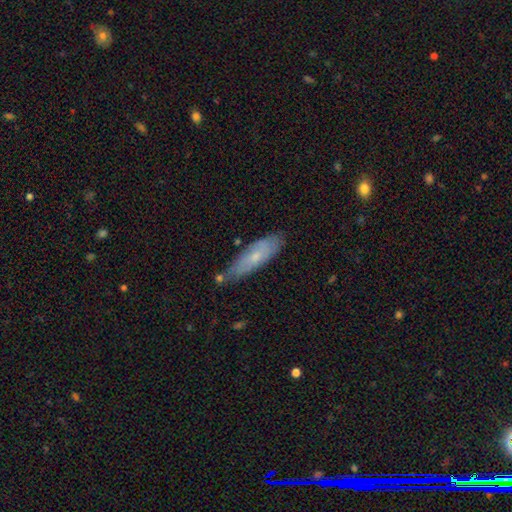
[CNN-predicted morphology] Q: Smooth or featured?
A: smooth (53%); runner-up: featured or disk (40%)
Q: How rounded?
A: cigar-shaped (61%); runner-up: in between (37%)
Q: Merging?
A: none (67%); runner-up: minor disturbance (24%)